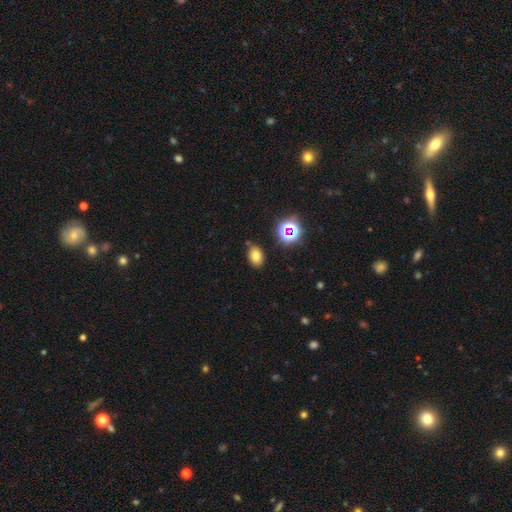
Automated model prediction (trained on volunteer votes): smooth-or-featured: smooth: 74% | star or artifact: 17% | featured or disk: 9%
  how-rounded: in between: 77% | round: 22% | cigar-shaped: 1%
  merging: none: 81% | minor disturbance: 12% | merger: 4% | major disturbance: 3%